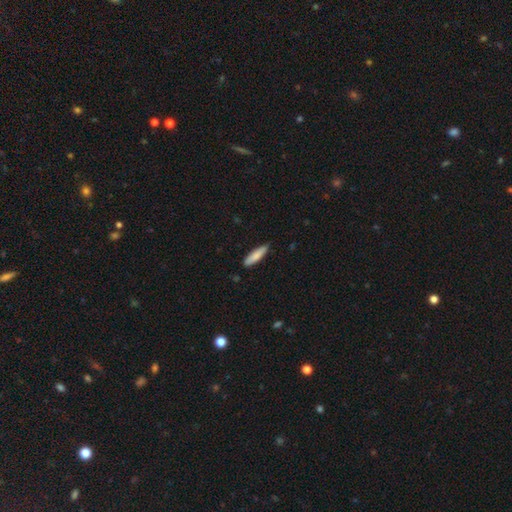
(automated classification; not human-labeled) smooth_or_featured: smooth (p=0.82) [alt: featured or disk p=0.12]
how_rounded: cigar-shaped (p=0.71) [alt: in between p=0.28]
merging: none (p=0.83) [alt: minor disturbance p=0.14]